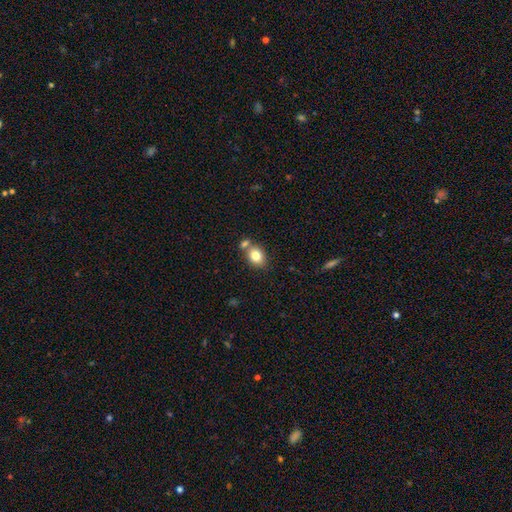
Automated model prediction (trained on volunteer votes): smooth-or-featured: smooth: 81% | featured or disk: 10% | star or artifact: 10%
  how-rounded: in between: 64% | round: 35% | cigar-shaped: 1%
  merging: none: 57% | merger: 28% | minor disturbance: 12% | major disturbance: 3%